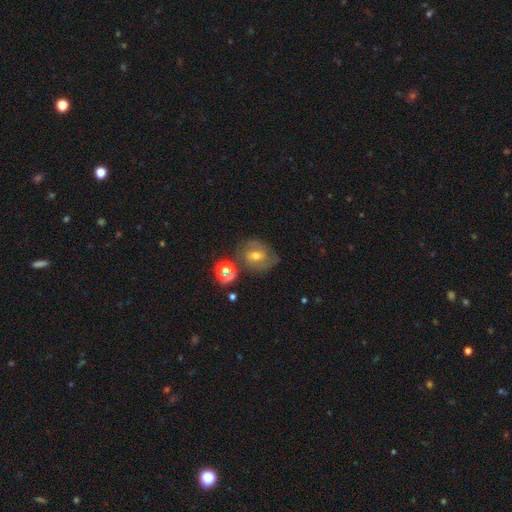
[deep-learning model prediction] The model was most divided on "bar": weak: 46%, no: 38%, strong: 17%. More confident: edge-on disk — no (96%); spiral arms — yes (79%); bulge size — moderate (66%); merging — none (63%); smooth or featured — featured or disk (59%).